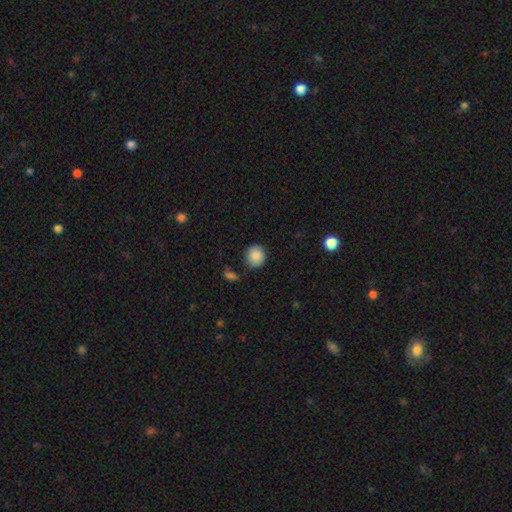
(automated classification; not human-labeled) Overall: smooth (87%). How rounded: round (88%). Merging: none (79%).